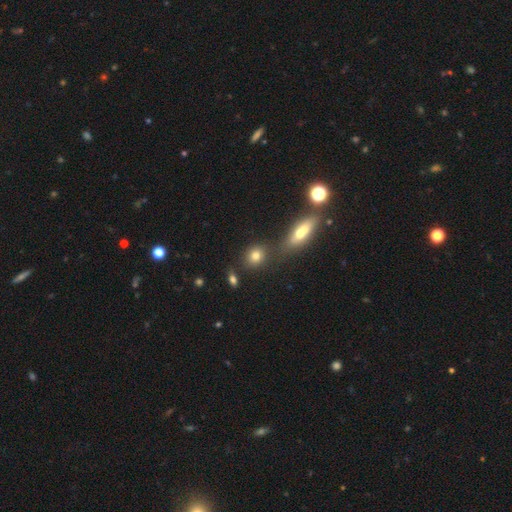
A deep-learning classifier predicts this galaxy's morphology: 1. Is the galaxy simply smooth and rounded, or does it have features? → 79% smooth, 12% star or artifact, 9% featured or disk.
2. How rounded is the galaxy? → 66% round, 31% in between, 2% cigar-shaped.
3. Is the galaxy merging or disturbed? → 68% none, 16% merger, 11% minor disturbance, 4% major disturbance.